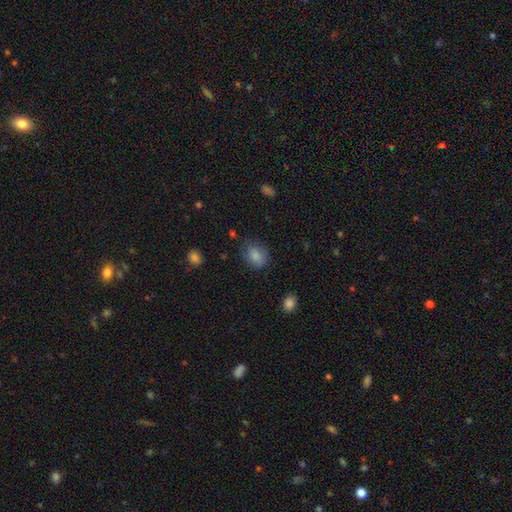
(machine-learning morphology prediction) A smooth galaxy with no disk features (83%) that is in between round and cigar-shaped (61%).

Vote fractions:
- Smooth or featured? smooth: 83% / star or artifact: 8% / featured or disk: 8%
- How rounded? in between: 61% / round: 38% / cigar-shaped: 1%
- Merging? none: 69% / minor disturbance: 23% / major disturbance: 6% / merger: 2%